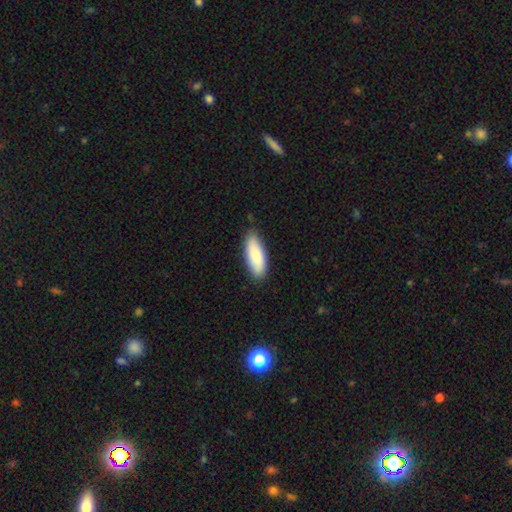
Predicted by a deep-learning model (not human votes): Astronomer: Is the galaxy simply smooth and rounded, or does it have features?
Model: smooth — 80%.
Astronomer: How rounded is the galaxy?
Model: in between — 72%.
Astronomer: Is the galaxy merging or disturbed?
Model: none — 85%.